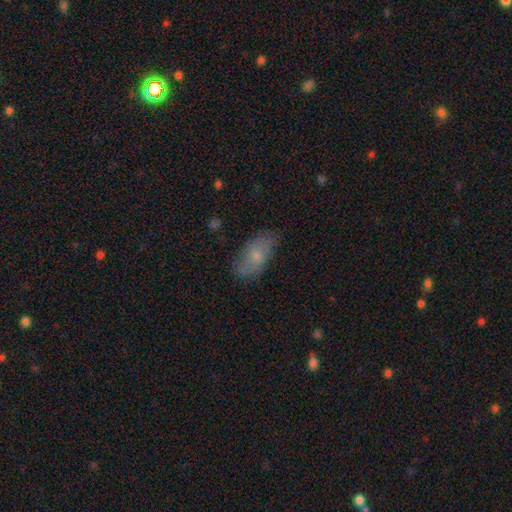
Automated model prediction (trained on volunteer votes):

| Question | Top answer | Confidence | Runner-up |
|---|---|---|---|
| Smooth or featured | smooth | 68% | featured or disk (25%) |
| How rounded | in between | 90% | cigar-shaped (6%) |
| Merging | none | 74% | minor disturbance (20%) |